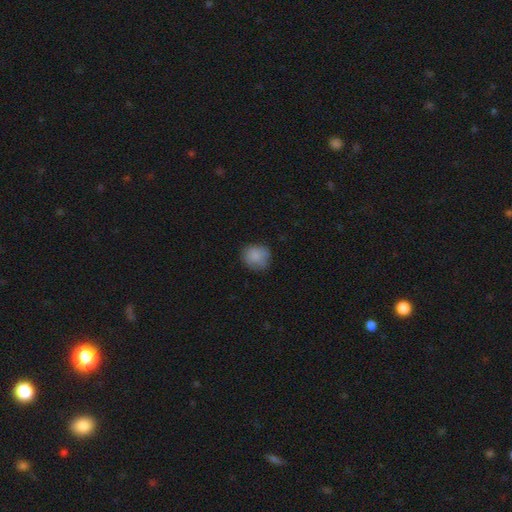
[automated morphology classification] The model was most divided on "merging": none: 76%, minor disturbance: 18%, major disturbance: 4%, merger: 1%. More confident: smooth or featured — smooth (84%); how rounded — round (84%).